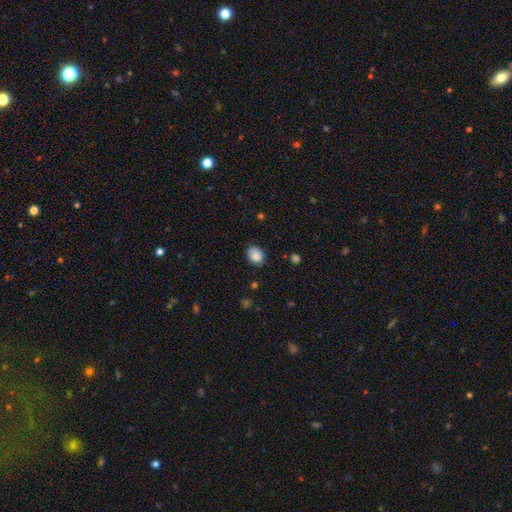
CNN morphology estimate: Smooth or featured? Predicted: smooth (p=0.86). How rounded? Predicted: round (p=0.51). Merging? Predicted: none (p=0.76).